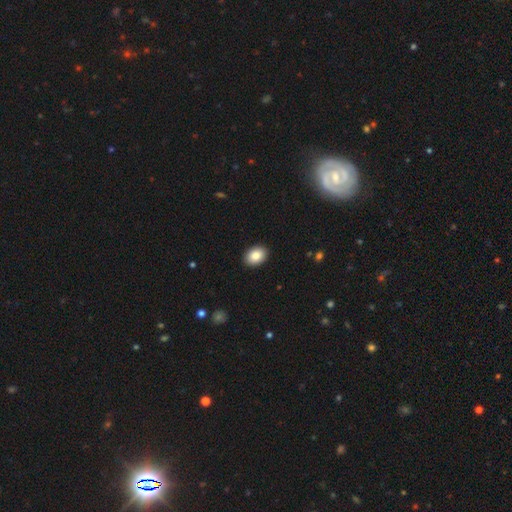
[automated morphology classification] smooth_or_featured: smooth (p=0.87) [alt: star or artifact p=0.07]
how_rounded: in between (p=0.80) [alt: round p=0.19]
merging: none (p=0.91) [alt: minor disturbance p=0.07]